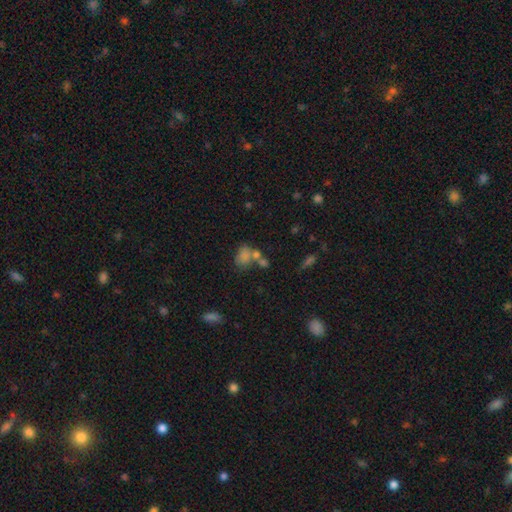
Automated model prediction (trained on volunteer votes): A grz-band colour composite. It shows a smooth galaxy with no disk features (58%) that is in between round and cigar-shaped (61%). Merging: none (43%).